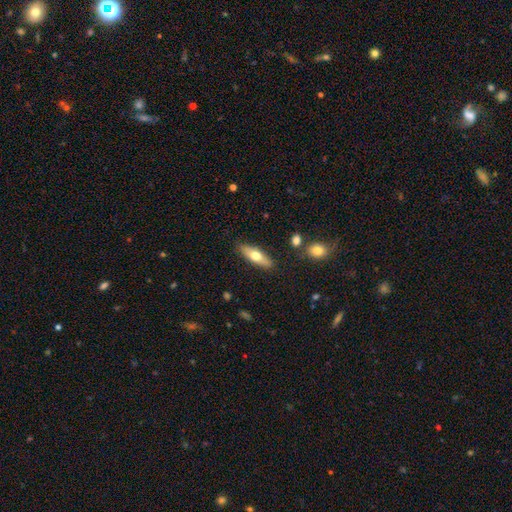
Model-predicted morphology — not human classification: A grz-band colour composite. It shows a smooth galaxy with no disk features (61%) that is in between round and cigar-shaped (50%). Merging: none (85%).